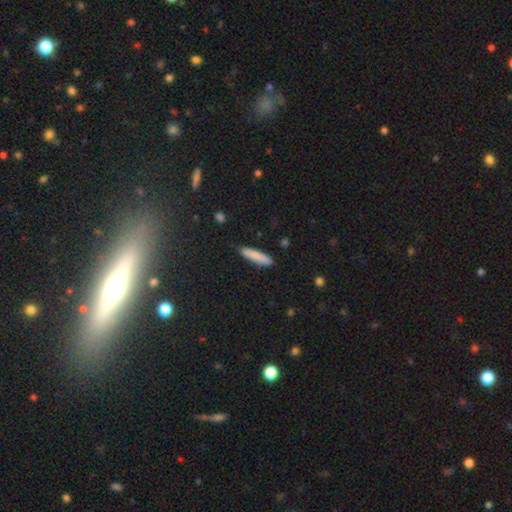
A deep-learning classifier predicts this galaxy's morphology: A smooth galaxy with no disk features (83%) that is cigar-shaped (83%). Merging: none (76%).